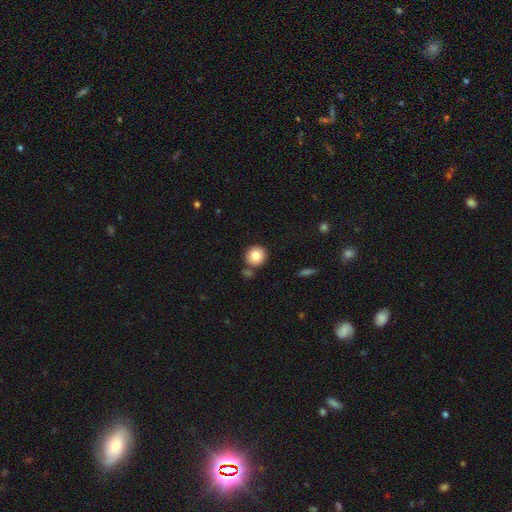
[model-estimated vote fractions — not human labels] Smooth or featured? smooth (82%)
How rounded? round (92%)
Merging? none (78%)